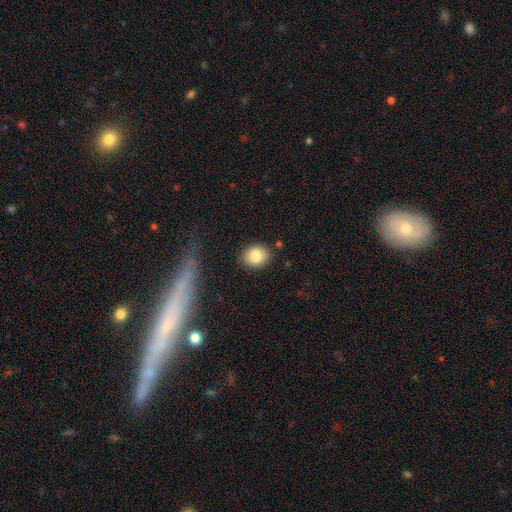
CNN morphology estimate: This is clearly a smooth galaxy (83%). How rounded: likely round (61%). Merging: clearly none (85%).